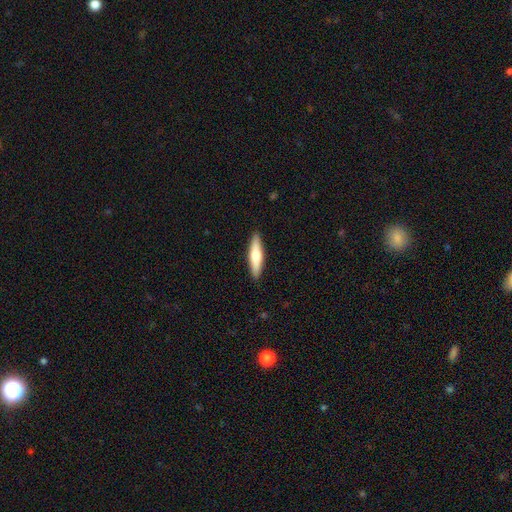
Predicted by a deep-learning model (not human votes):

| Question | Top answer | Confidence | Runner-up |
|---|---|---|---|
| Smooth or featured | smooth | 57% | featured or disk (38%) |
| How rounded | cigar-shaped | 78% | in between (21%) |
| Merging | none | 91% | minor disturbance (7%) |